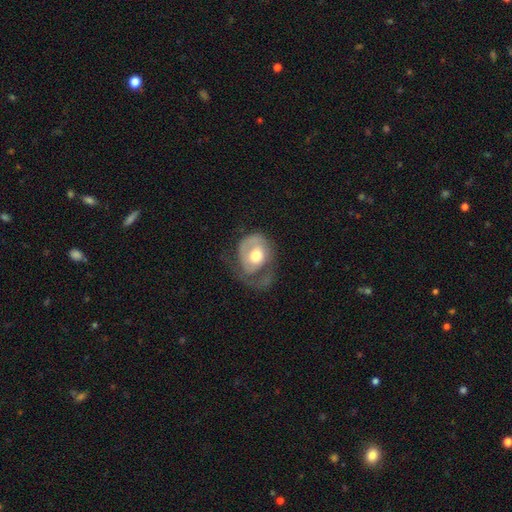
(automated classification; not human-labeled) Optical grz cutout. It shows a featured or disk galaxy (58%) with no bar (76%), spiral arms (68%) and a moderate central bulge (62%). Merging: major disturbance (46%).